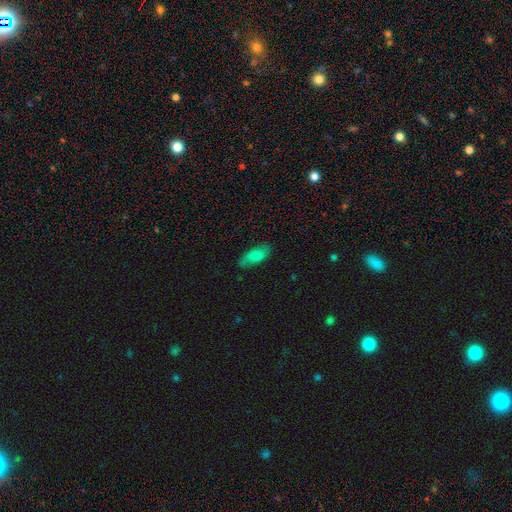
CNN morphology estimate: smooth_or_featured: smooth (p=0.77) [alt: featured or disk p=0.16]
how_rounded: in between (p=0.83) [alt: cigar-shaped p=0.15]
merging: none (p=0.72) [alt: minor disturbance p=0.22]